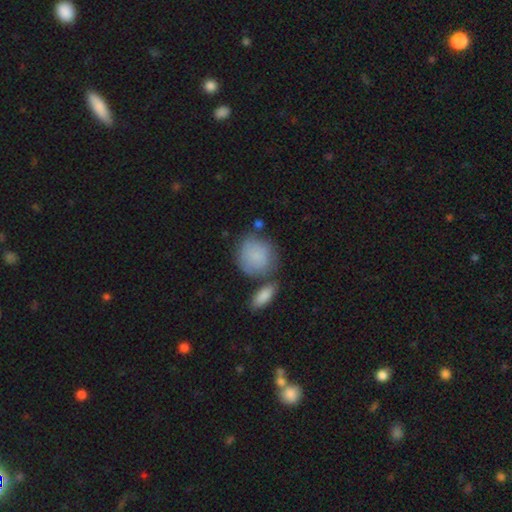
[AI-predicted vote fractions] smooth_or_featured: smooth (p=0.84) [alt: featured or disk p=0.10]
how_rounded: round (p=0.74) [alt: in between p=0.24]
merging: none (p=0.56) [alt: minor disturbance p=0.20]